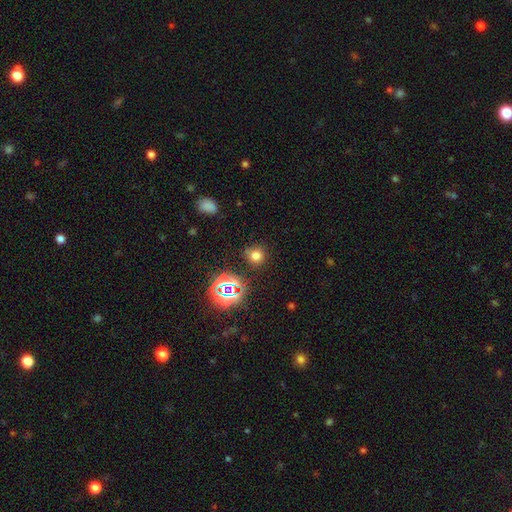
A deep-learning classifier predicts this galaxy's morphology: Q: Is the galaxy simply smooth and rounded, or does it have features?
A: smooth — 69%.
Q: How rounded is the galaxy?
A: round — 88%.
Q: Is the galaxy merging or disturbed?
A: none — 82%.